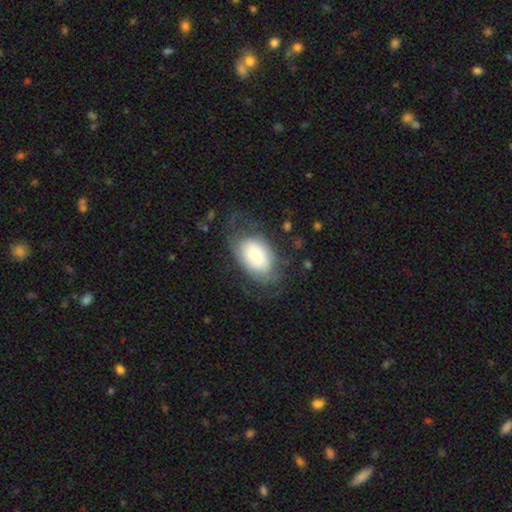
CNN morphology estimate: This appears to be a smooth galaxy with no disk features (57%) that is in between round and cigar-shaped (89%). Merging: none (55%).